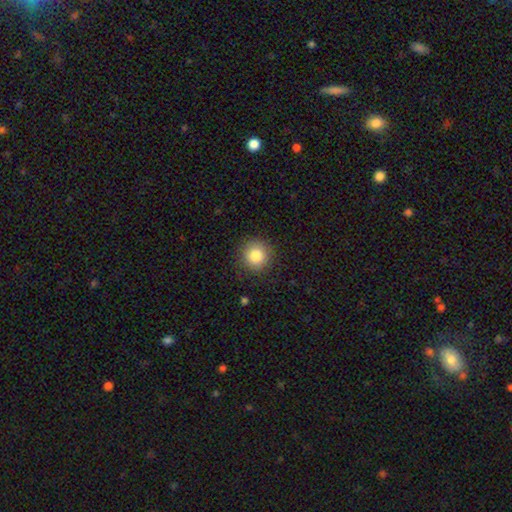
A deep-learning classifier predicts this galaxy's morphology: A smooth galaxy with no disk features (83%) that is round (94%).

Vote fractions:
- Smooth or featured? smooth: 83% / star or artifact: 10% / featured or disk: 7%
- How rounded? round: 94% / in between: 5% / cigar-shaped: 1%
- Merging? none: 88% / minor disturbance: 8% / major disturbance: 3% / merger: 1%